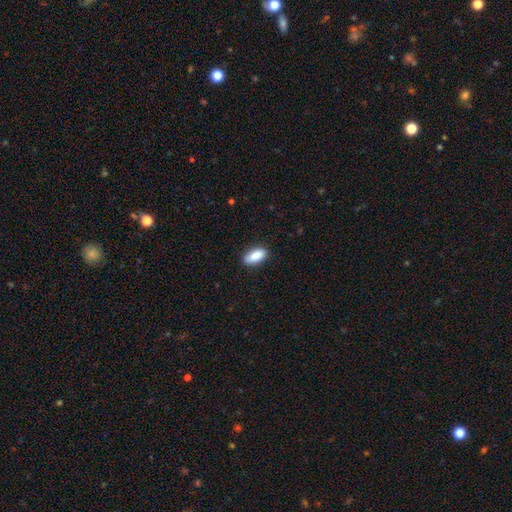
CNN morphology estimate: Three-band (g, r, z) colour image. It shows a smooth galaxy with no disk features (87%) that is in between round and cigar-shaped (86%). Merging: none (86%).